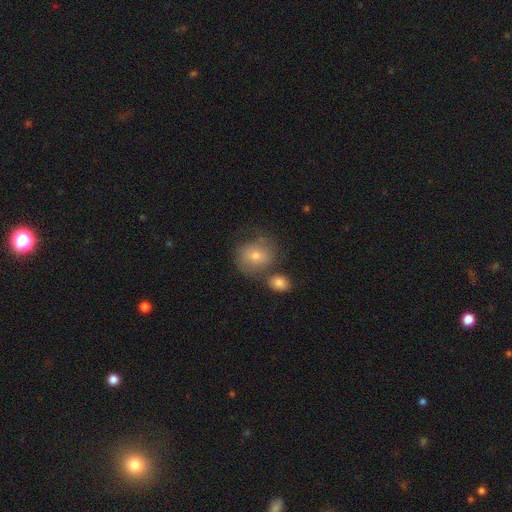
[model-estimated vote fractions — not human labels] smooth_or_featured: smooth (p=0.59) [alt: featured or disk p=0.29]
how_rounded: round (p=0.78) [alt: in between p=0.21]
merging: none (p=0.55) [alt: merger p=0.21]